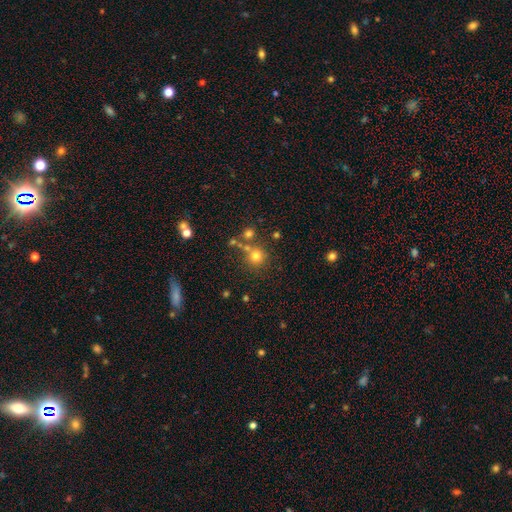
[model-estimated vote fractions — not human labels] Smooth or featured? smooth (72%)
How rounded? round (91%)
Merging? none (66%)